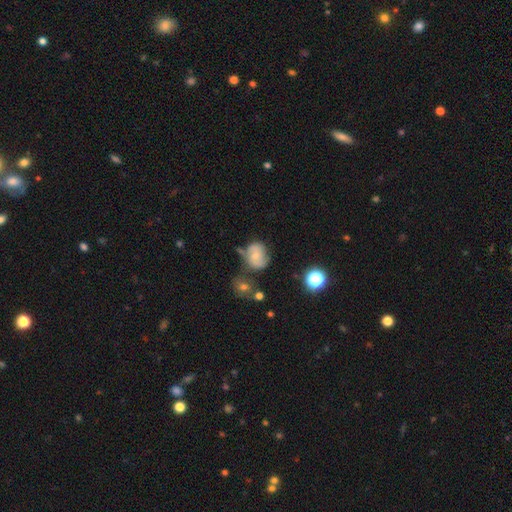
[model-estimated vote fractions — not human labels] Smooth or featured: smooth — 45% (featured or disk — 44%)
Merging: none — 48% (minor disturbance — 27%)